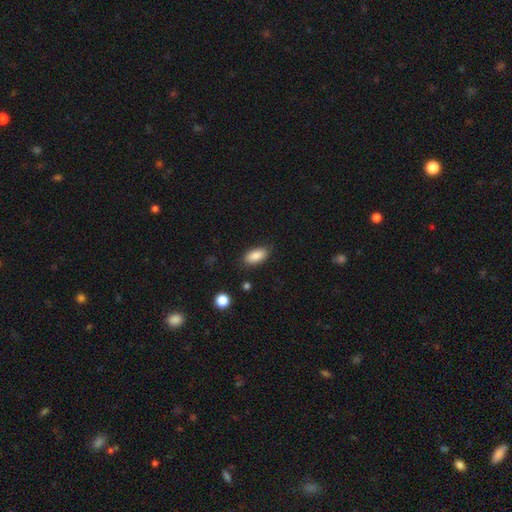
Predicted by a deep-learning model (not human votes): Smooth or featured: smooth — 87% (star or artifact — 7%)
How rounded: in between — 90% (cigar-shaped — 7%)
Merging: none — 84% (minor disturbance — 12%)